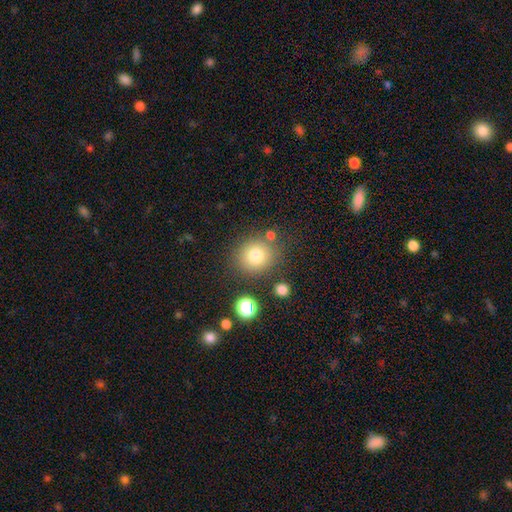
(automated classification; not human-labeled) Q: Smooth or featured?
A: smooth (78%); runner-up: star or artifact (13%)
Q: How rounded?
A: round (86%); runner-up: in between (13%)
Q: Merging?
A: none (79%); runner-up: minor disturbance (10%)